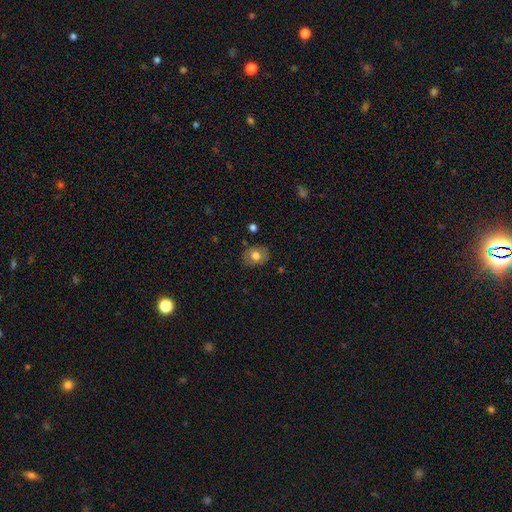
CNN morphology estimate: The model was most divided on "how rounded": round: 62%, in between: 37%, cigar-shaped: 1%. More confident: merging — none (81%); smooth or featured — smooth (70%).